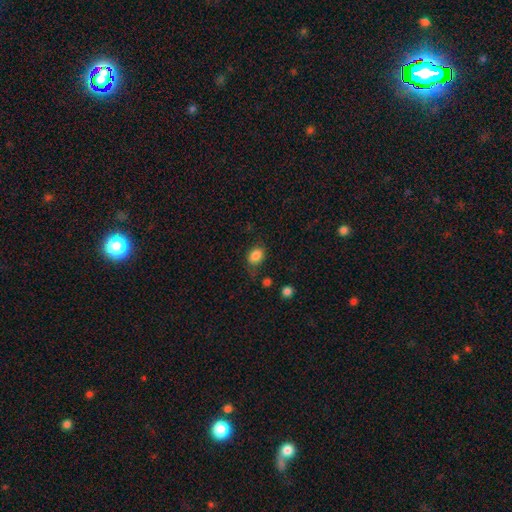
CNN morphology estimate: This is clearly a smooth galaxy (84%). How rounded: likely in between (62%). Merging: likely none (68%).